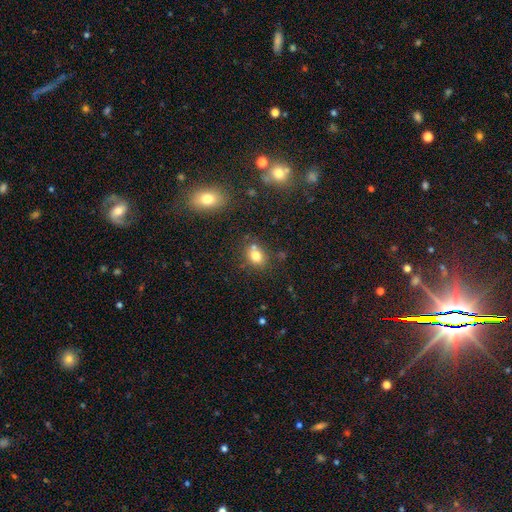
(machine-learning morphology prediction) smooth-or-featured: smooth: 76% | star or artifact: 13% | featured or disk: 11%
  how-rounded: in between: 50% | round: 49% | cigar-shaped: 1%
  merging: none: 63% | merger: 19% | minor disturbance: 14% | major disturbance: 4%